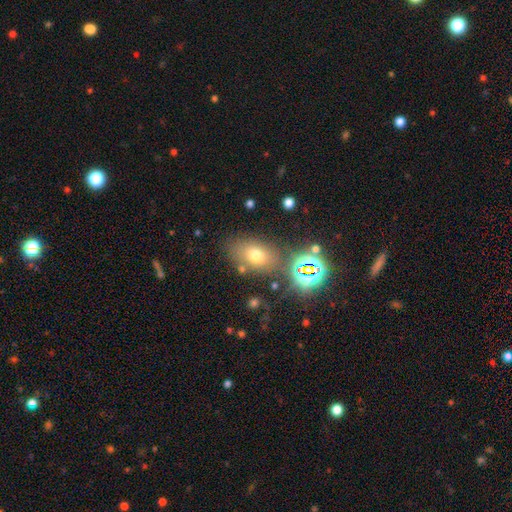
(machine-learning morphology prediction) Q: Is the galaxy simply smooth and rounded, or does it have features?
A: smooth — 65%.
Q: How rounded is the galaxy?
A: in between — 77%.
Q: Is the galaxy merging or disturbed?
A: none — 72%.